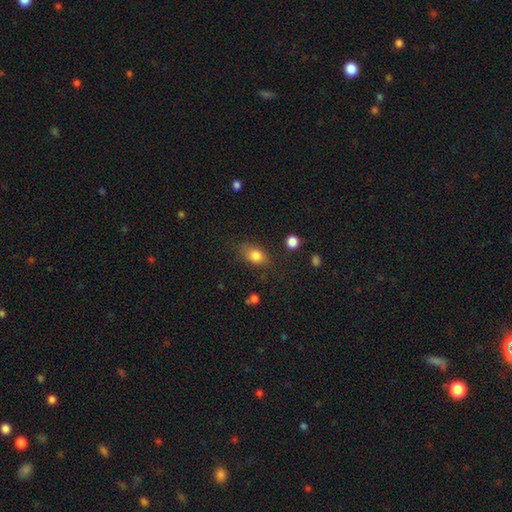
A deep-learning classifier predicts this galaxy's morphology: smooth 81%, star or artifact 10%, featured or disk 9%. Down the decision tree: how rounded — in between (75%); merging — none (72%).